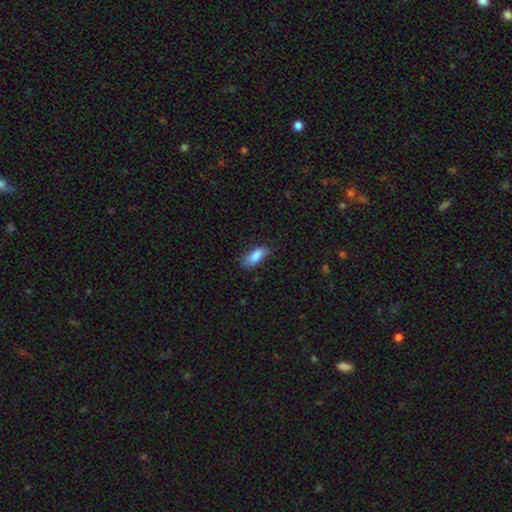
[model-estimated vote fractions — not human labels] A smooth galaxy with no disk features (86%) that is in between round and cigar-shaped (79%).

Vote fractions:
- Smooth or featured? smooth: 86% / featured or disk: 8% / star or artifact: 7%
- How rounded? in between: 79% / cigar-shaped: 19% / round: 2%
- Merging? none: 69% / minor disturbance: 24% / major disturbance: 5% / merger: 2%